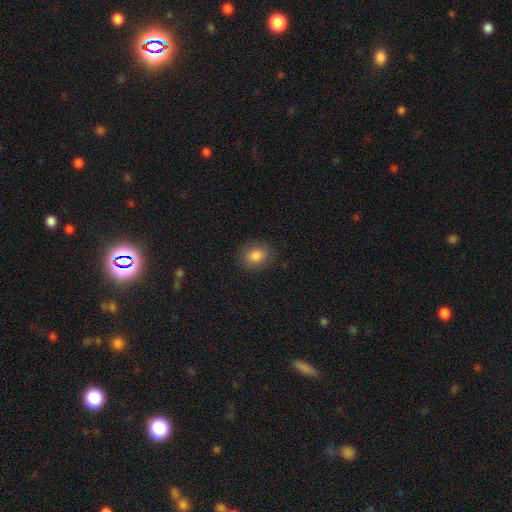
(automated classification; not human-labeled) This is clearly a smooth galaxy (85%). How rounded: possibly round (56%). Merging: clearly none (85%).